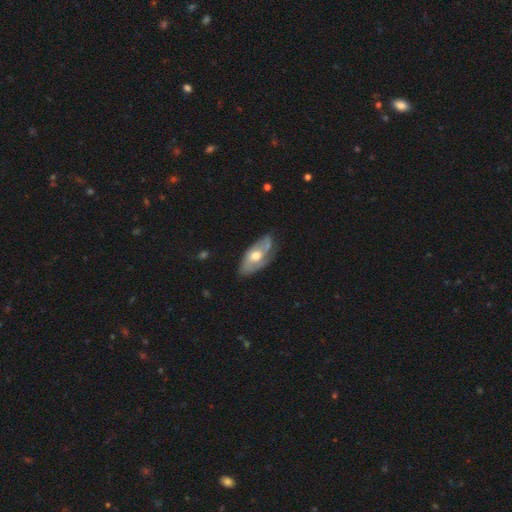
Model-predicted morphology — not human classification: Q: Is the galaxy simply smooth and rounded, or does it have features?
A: featured or disk — 70%.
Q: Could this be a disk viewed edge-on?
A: no — 89%.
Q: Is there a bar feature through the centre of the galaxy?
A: no — 73%.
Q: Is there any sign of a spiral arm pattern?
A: yes — 81%.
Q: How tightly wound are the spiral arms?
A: tight — 41%.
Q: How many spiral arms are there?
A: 2 — 50%.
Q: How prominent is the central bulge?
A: moderate — 73%.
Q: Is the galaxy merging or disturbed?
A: none — 65%.